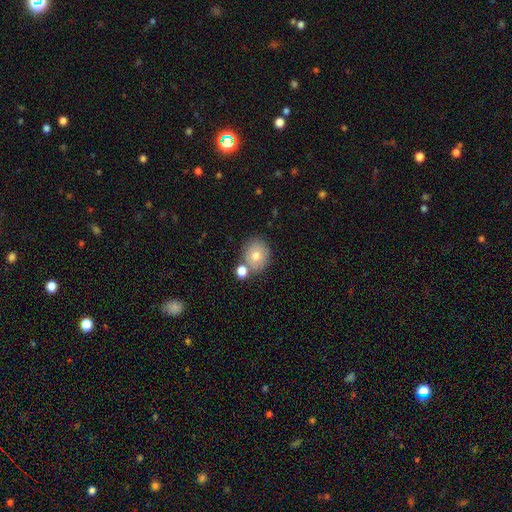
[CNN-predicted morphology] This is likely a smooth galaxy (73%). How rounded: likely round (66%). Merging: likely none (66%).